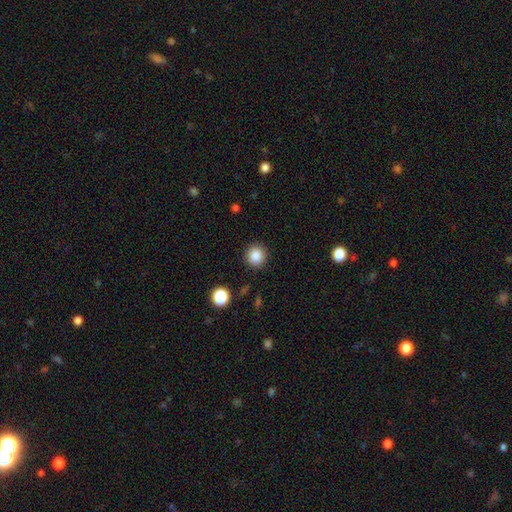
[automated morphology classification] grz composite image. It shows a smooth galaxy with no disk features (86%) that is round (91%). Merging: none (90%).